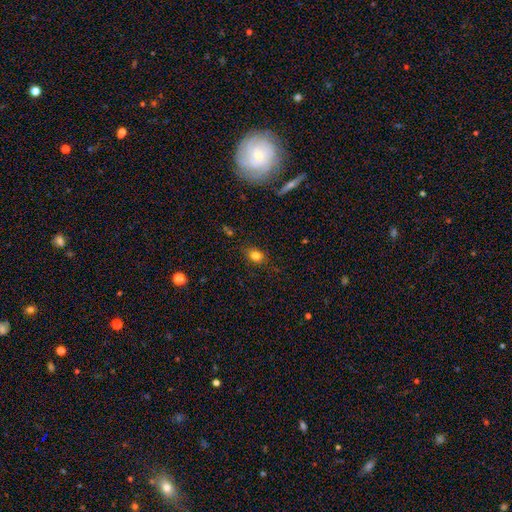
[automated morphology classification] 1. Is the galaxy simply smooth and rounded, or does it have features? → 80% smooth, 12% star or artifact, 7% featured or disk.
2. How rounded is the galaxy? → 55% in between, 44% round, 2% cigar-shaped.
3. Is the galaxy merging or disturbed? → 82% none, 13% minor disturbance, 3% major disturbance, 2% merger.